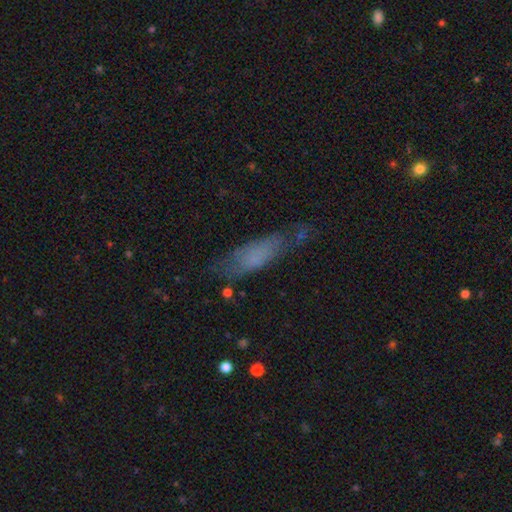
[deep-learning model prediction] smooth-or-featured: smooth: 63% | featured or disk: 26% | star or artifact: 10%
  how-rounded: cigar-shaped: 57% | in between: 41% | round: 2%
  merging: none: 58% | minor disturbance: 26% | major disturbance: 12% | merger: 4%